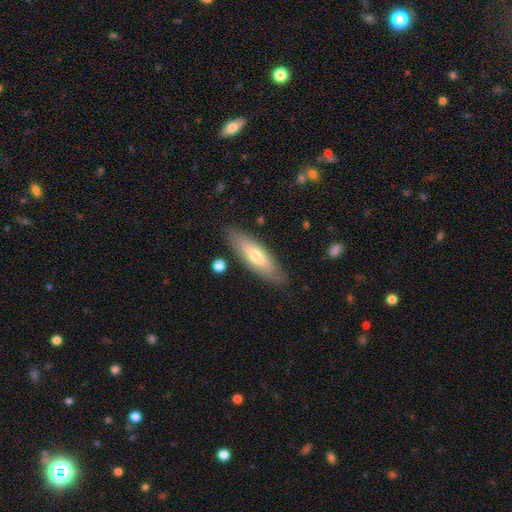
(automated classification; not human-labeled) Smooth or featured? Predicted: smooth (p=0.61). How rounded? Predicted: cigar-shaped (p=0.53). Merging? Predicted: none (p=0.84).